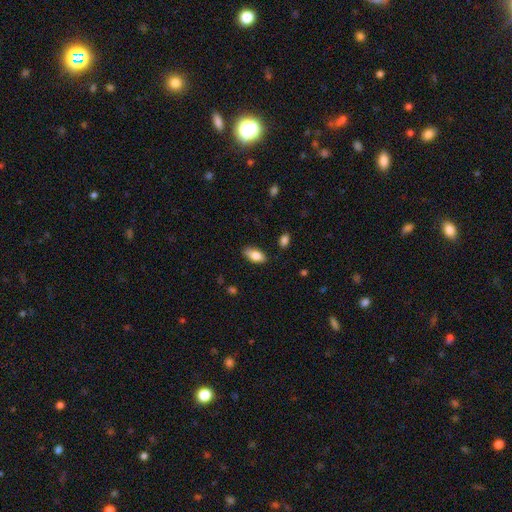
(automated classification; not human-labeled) Smooth or featured? Predicted: smooth (p=0.82). How rounded? Predicted: in between (p=0.89). Merging? Predicted: none (p=0.83).